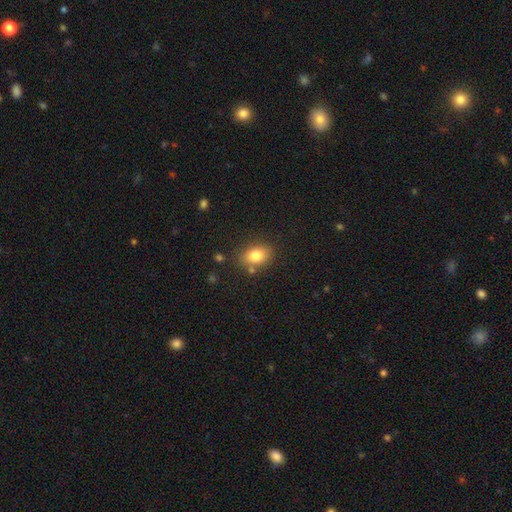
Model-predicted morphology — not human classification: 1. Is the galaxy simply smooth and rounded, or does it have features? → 80% smooth, 10% featured or disk, 9% star or artifact.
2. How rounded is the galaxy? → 76% in between, 23% round, 2% cigar-shaped.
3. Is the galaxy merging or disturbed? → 76% none, 14% minor disturbance, 6% merger, 4% major disturbance.